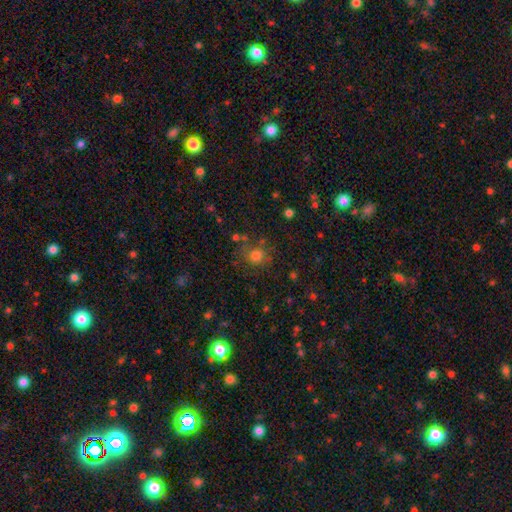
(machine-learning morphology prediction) This appears to be a smooth galaxy with no disk features (72%) that is round (79%). Merging: none (66%).